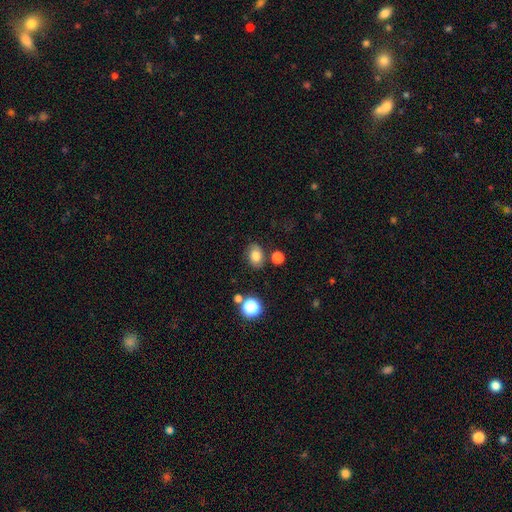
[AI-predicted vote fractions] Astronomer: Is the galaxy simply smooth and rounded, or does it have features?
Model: smooth — 76%.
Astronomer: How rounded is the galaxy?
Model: in between — 66%.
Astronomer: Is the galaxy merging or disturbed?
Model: none — 75%.